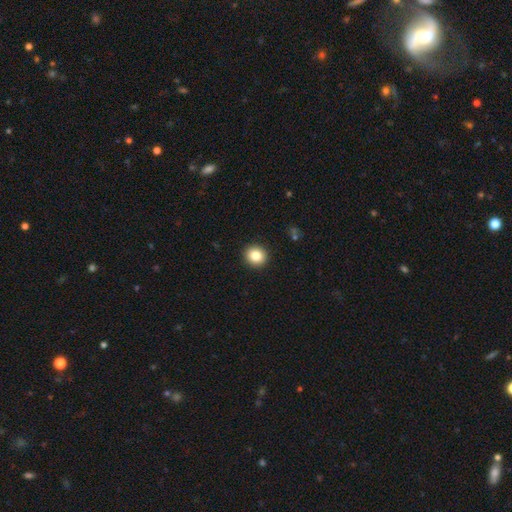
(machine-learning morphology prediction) Overall: smooth (84%). How rounded: round (90%). Merging: none (93%).